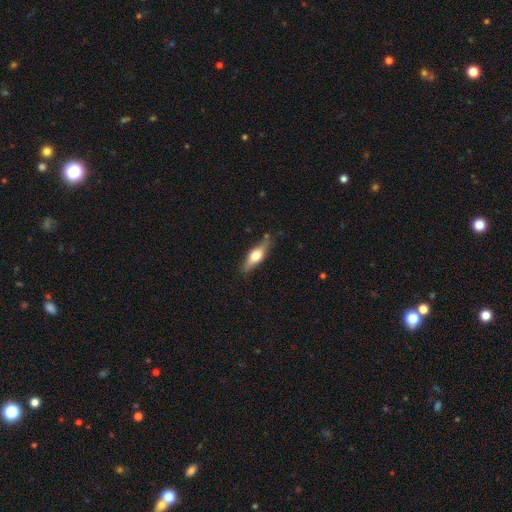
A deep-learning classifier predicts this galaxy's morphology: type=featured or disk (51%); edge-on=yes (91%); merging=none (79%).